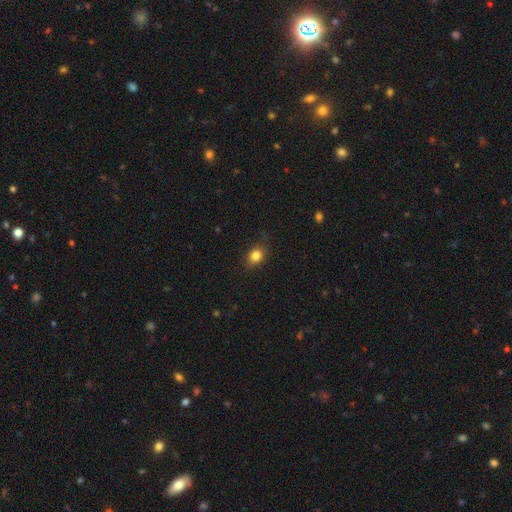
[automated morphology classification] Smooth or featured: smooth — 82% (star or artifact — 11%)
How rounded: in between — 50% (round — 49%)
Merging: none — 81% (minor disturbance — 15%)